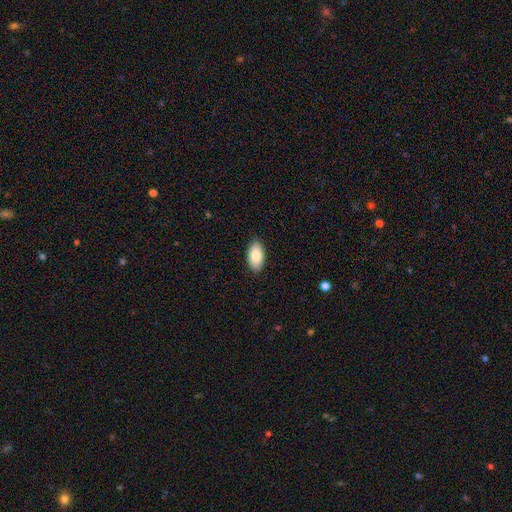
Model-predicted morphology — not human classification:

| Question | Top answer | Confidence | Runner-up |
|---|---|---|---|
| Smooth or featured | smooth | 85% | featured or disk (8%) |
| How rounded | in between | 95% | cigar-shaped (3%) |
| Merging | none | 88% | minor disturbance (9%) |